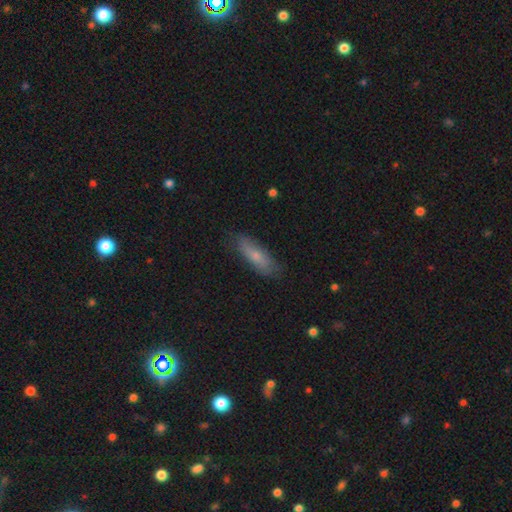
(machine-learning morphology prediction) Q: Smooth or featured?
A: smooth (68%); runner-up: featured or disk (25%)
Q: How rounded?
A: in between (51%); runner-up: cigar-shaped (47%)
Q: Merging?
A: none (77%); runner-up: minor disturbance (18%)